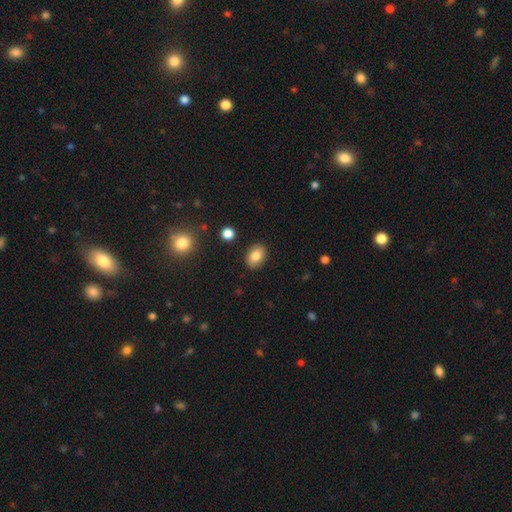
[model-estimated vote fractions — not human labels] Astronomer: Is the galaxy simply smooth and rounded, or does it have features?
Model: smooth — 82%.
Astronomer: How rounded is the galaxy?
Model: in between — 75%.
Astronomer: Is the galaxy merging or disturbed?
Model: none — 88%.